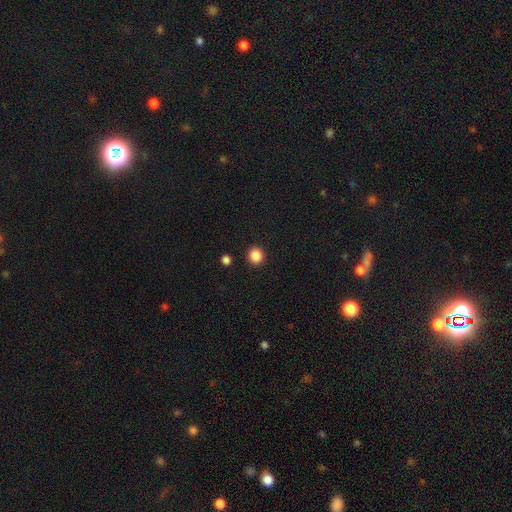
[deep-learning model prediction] The model was most divided on "smooth or featured": smooth: 87%, star or artifact: 10%, featured or disk: 3%. More confident: merging — none (92%); how rounded — round (92%).